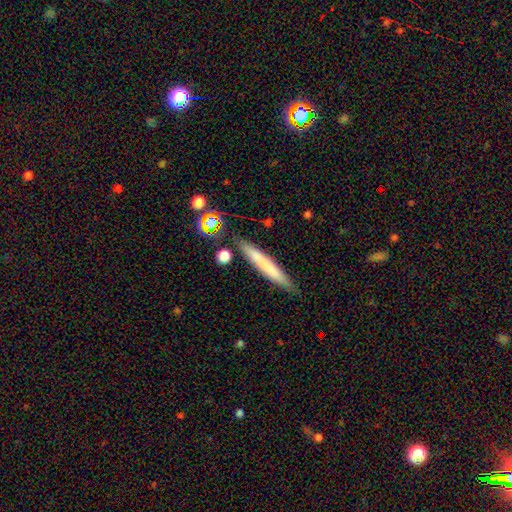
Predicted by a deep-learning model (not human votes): smooth 67%, featured or disk 25%, star or artifact 8%. Down the decision tree: how rounded — cigar-shaped (92%); merging — none (85%).